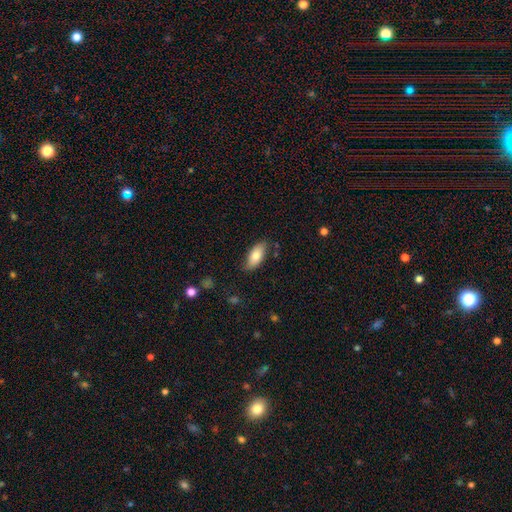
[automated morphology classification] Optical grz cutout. It shows a smooth galaxy with no disk features (79%) that is in between round and cigar-shaped (89%). Merging: none (79%).